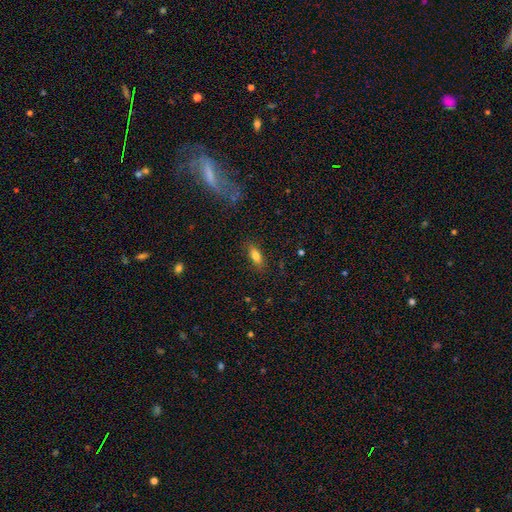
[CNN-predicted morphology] This appears to be a smooth galaxy with no disk features (76%) that is in between round and cigar-shaped (71%). Merging: none (85%).